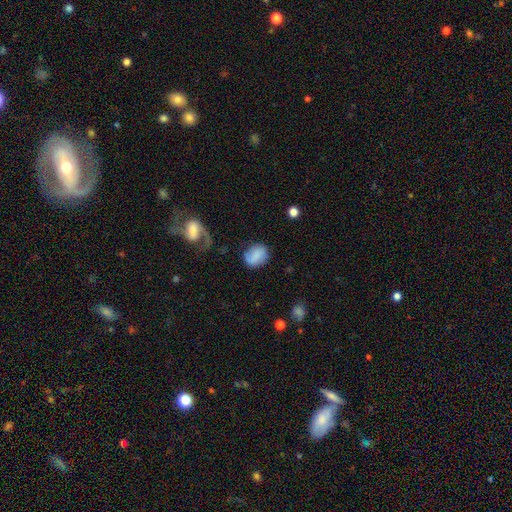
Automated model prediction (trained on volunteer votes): smooth-or-featured: smooth: 66% | featured or disk: 26% | star or artifact: 9%
  how-rounded: in between: 51% | round: 48% | cigar-shaped: 2%
  merging: none: 69% | minor disturbance: 18% | major disturbance: 9% | merger: 3%